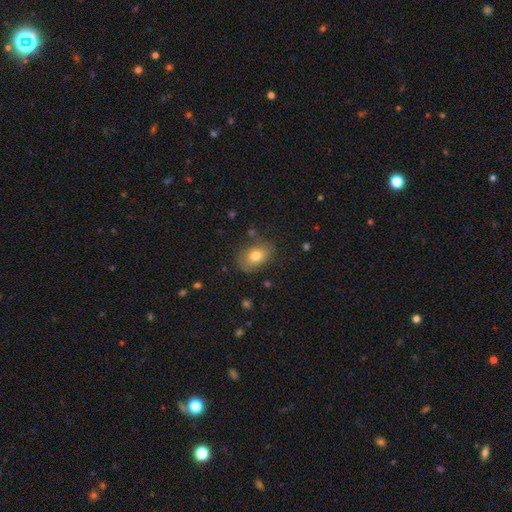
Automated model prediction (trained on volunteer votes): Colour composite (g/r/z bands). It shows a smooth galaxy with no disk features (76%) that is in between round and cigar-shaped (76%). Merging: none (74%).